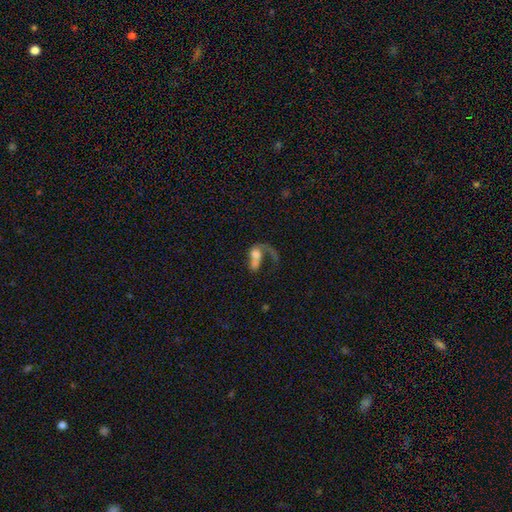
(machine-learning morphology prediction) featured or disk 49%, smooth 41%, star or artifact 10%. Down the decision tree: merging — major disturbance (38%).